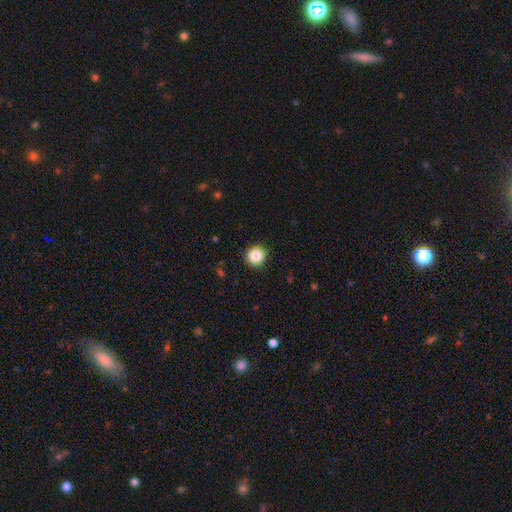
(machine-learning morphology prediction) smooth-or-featured: smooth: 84% | star or artifact: 10% | featured or disk: 5%
  how-rounded: round: 94% | in between: 5% | cigar-shaped: 1%
  merging: none: 91% | minor disturbance: 6% | major disturbance: 2% | merger: 1%